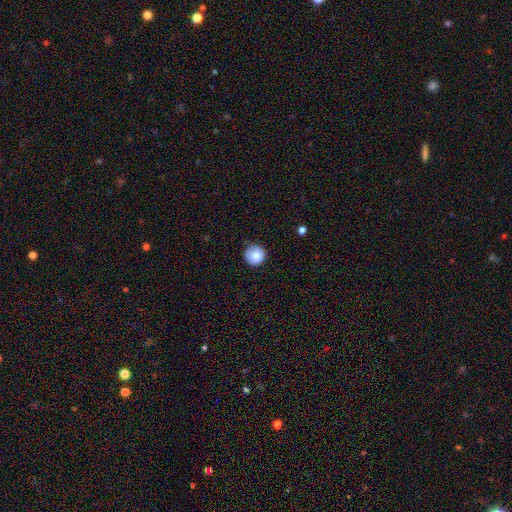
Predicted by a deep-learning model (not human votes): Smooth or featured: smooth — 85% (star or artifact — 9%)
How rounded: round — 94% (in between — 5%)
Merging: none — 78% (minor disturbance — 17%)